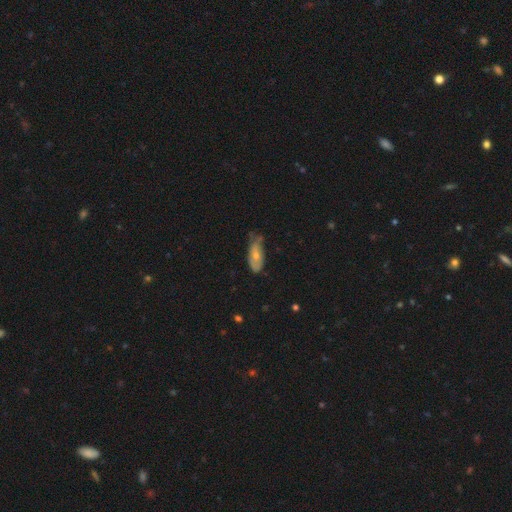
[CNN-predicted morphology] smooth 62%, featured or disk 32%, star or artifact 6%. Down the decision tree: how rounded — in between (81%); merging — minor disturbance (43%).